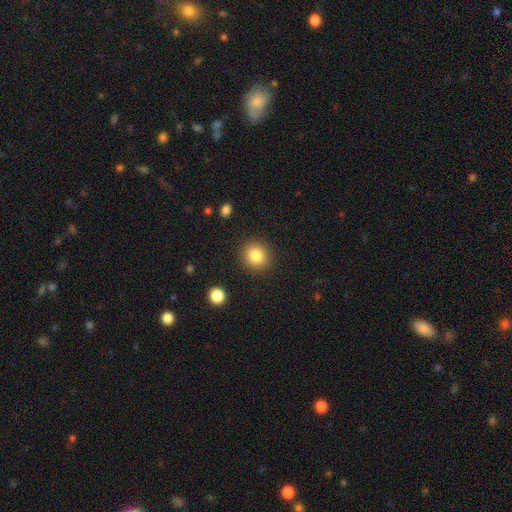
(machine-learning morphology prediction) Smooth or featured: smooth — 83% (star or artifact — 10%)
How rounded: round — 86% (in between — 13%)
Merging: none — 89% (minor disturbance — 7%)